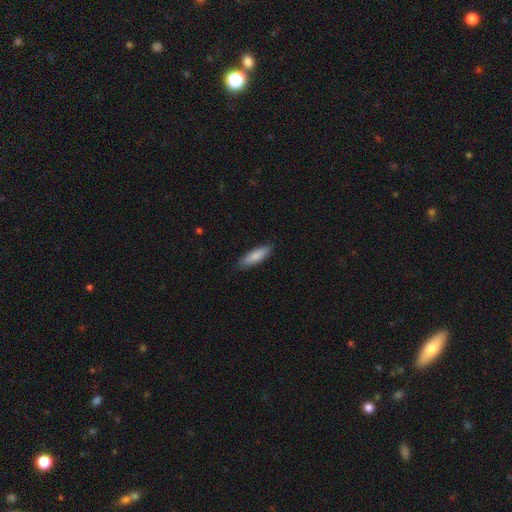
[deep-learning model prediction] Smooth or featured?
  - smooth: 86% *
  - featured or disk: 9%
  - star or artifact: 5%
How rounded?
  - in between: 51% *
  - cigar-shaped: 47%
  - round: 1%
Merging?
  - none: 85% *
  - minor disturbance: 12%
  - major disturbance: 2%
  - merger: 1%